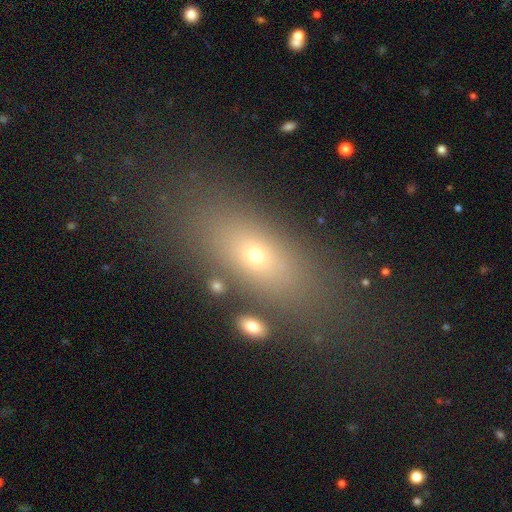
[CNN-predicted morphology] The model was most divided on "smooth or featured": smooth: 65%, featured or disk: 19%, star or artifact: 17%. More confident: merging — none (75%); how rounded — in between (69%).